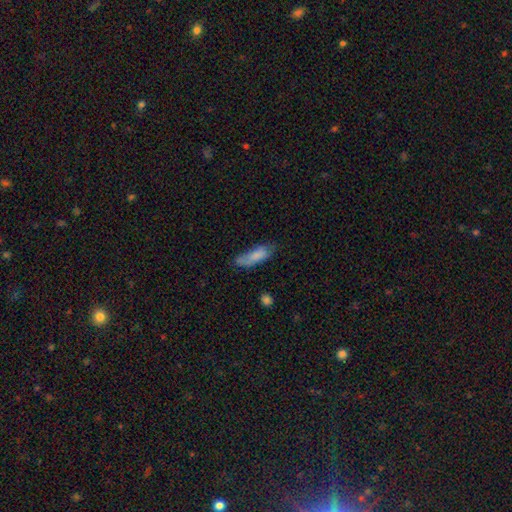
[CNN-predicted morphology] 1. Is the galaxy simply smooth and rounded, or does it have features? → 78% smooth, 15% featured or disk, 7% star or artifact.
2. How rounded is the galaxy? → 54% in between, 44% cigar-shaped, 2% round.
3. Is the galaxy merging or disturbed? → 54% none, 31% minor disturbance, 11% major disturbance, 5% merger.